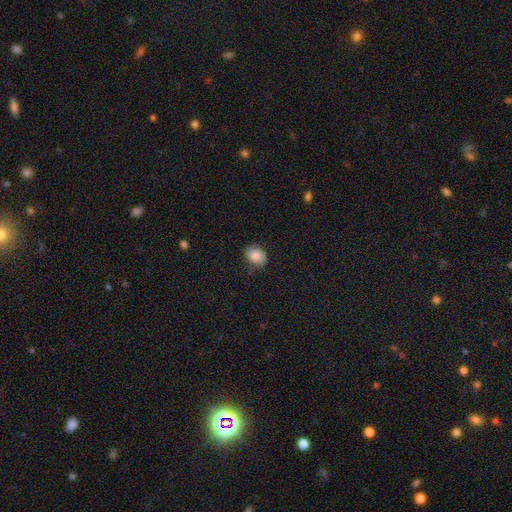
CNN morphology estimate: Smooth or featured: smooth — 83% (featured or disk — 9%)
How rounded: in between — 67% (round — 32%)
Merging: none — 75% (minor disturbance — 20%)